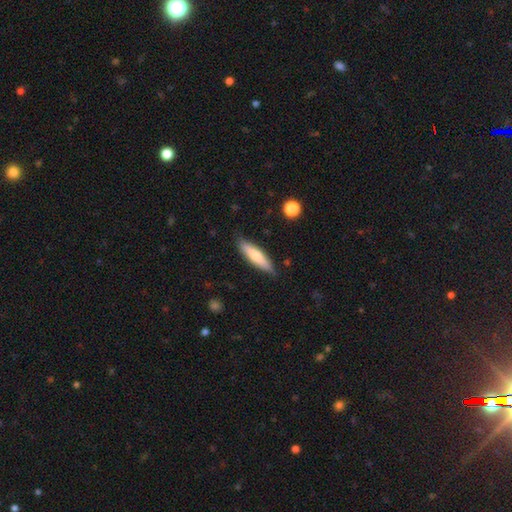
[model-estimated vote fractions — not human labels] Smooth or featured? smooth (68%)
How rounded? cigar-shaped (73%)
Merging? none (84%)